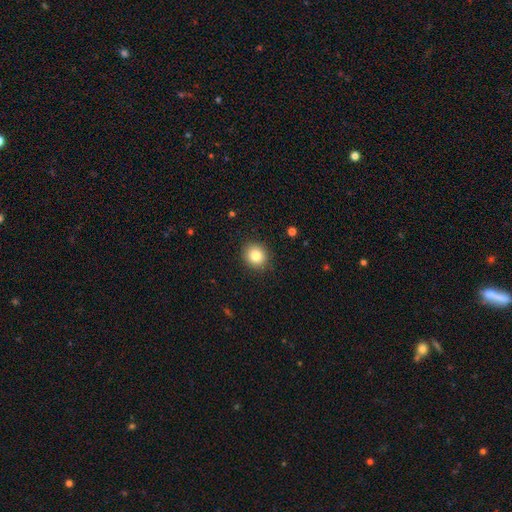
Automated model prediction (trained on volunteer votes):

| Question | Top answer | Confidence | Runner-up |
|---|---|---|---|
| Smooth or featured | smooth | 82% | star or artifact (10%) |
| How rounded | round | 82% | in between (17%) |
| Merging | none | 90% | minor disturbance (7%) |